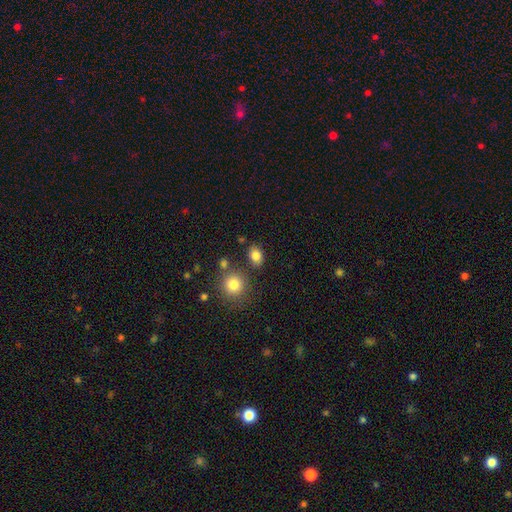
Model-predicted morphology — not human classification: The model was most divided on "how rounded": in between: 65%, round: 34%, cigar-shaped: 1%. More confident: smooth or featured — smooth (83%); merging — none (79%).